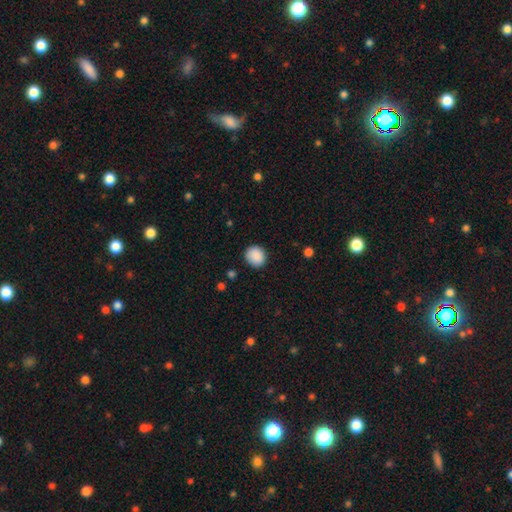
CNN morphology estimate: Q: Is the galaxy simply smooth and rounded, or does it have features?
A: smooth — 89%.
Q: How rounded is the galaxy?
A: round — 83%.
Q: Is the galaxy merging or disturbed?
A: none — 87%.